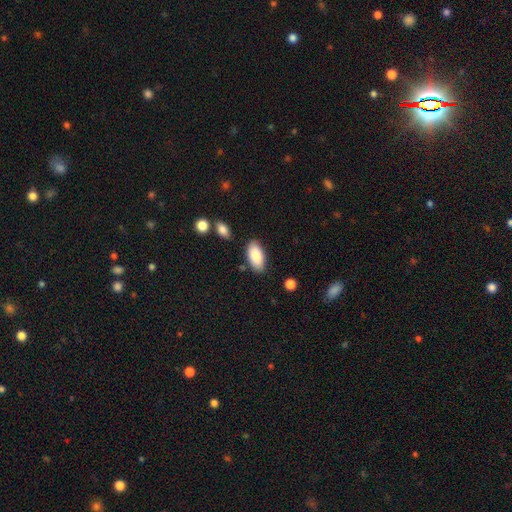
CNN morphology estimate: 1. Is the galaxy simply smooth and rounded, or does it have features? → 87% smooth, 7% featured or disk, 6% star or artifact.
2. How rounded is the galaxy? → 93% in between, 4% cigar-shaped, 2% round.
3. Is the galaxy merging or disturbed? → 83% none, 12% minor disturbance, 3% merger, 3% major disturbance.